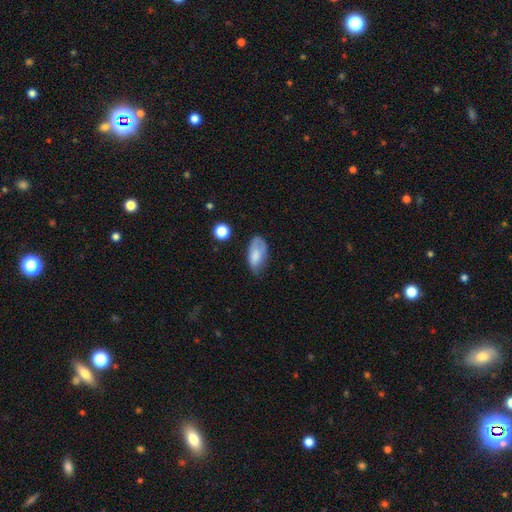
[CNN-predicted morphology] Smooth or featured? Predicted: smooth (p=0.75). How rounded? Predicted: in between (p=0.92). Merging? Predicted: none (p=0.55).